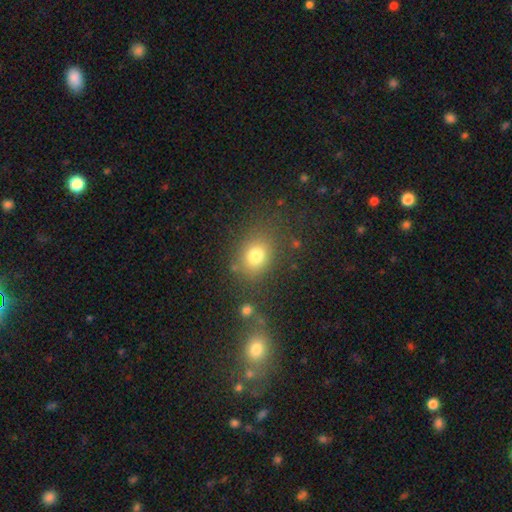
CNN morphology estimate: This appears to be a smooth galaxy with no disk features (77%) that is round (53%). Merging: none (75%).